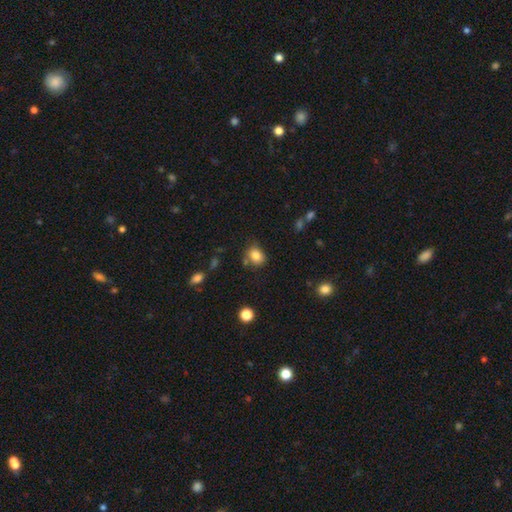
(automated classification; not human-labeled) This appears to be a smooth galaxy with no disk features (82%) that is round (54%). Merging: none (73%).